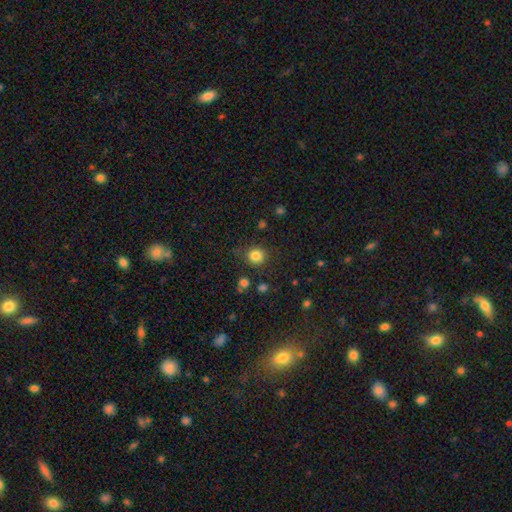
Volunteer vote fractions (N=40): Smooth or featured? 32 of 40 (80%) said smooth. How rounded? 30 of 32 (94%) said round. Merging? 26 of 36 (72%) said none.